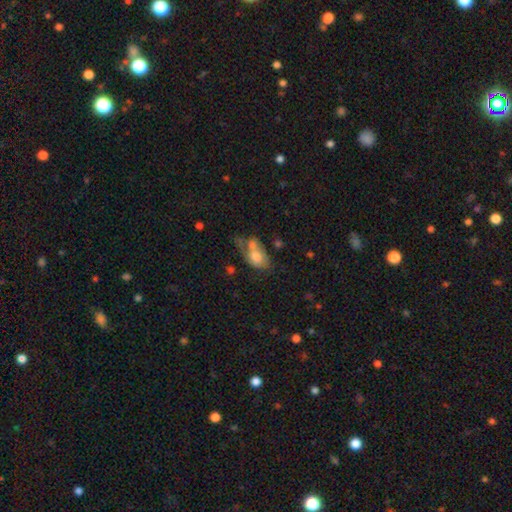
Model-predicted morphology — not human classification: Overall: smooth (61%; featured or disk 27%). How rounded: in between (78%). Merging: merger (38%; none 26%).